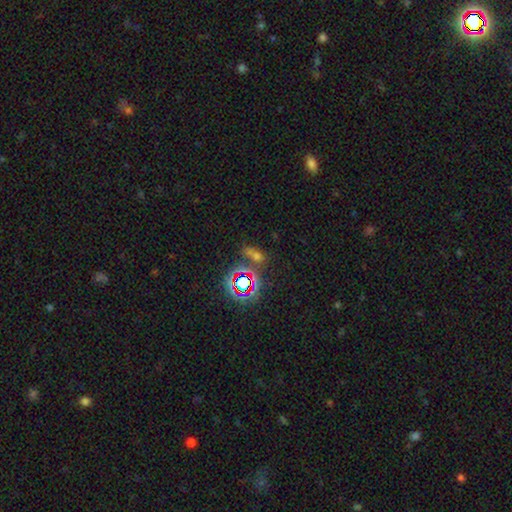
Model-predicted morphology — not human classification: This appears to be a star or artifact, not a galaxy (54%).